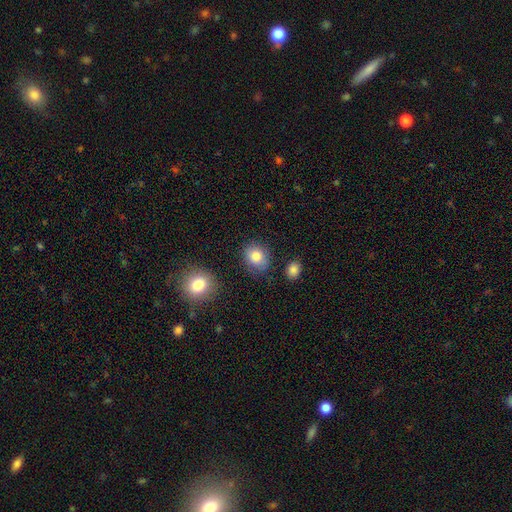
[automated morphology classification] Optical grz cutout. It shows a smooth galaxy with no disk features (82%) that is round (59%). Merging: none (79%).